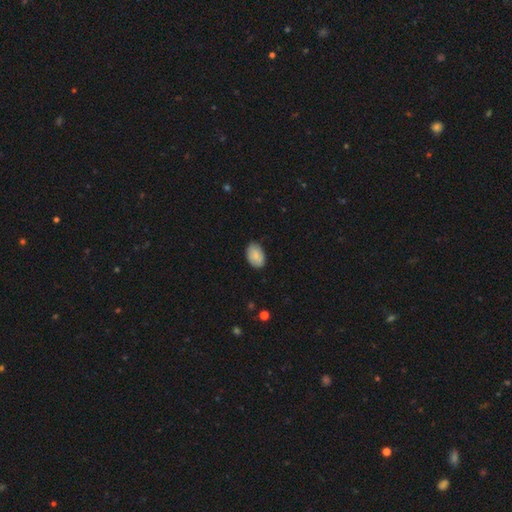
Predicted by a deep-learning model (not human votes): Smooth or featured? Predicted: smooth (p=0.80). How rounded? Predicted: in between (p=0.88). Merging? Predicted: none (p=0.80).